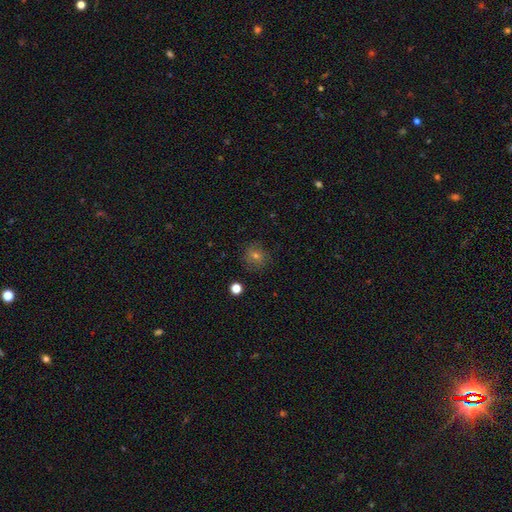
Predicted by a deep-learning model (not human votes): Smooth or featured?
  - smooth: 53% *
  - star or artifact: 26%
  - featured or disk: 21%
How rounded?
  - round: 87% *
  - in between: 12%
  - cigar-shaped: 1%
Merging?
  - none: 83% *
  - minor disturbance: 11%
  - major disturbance: 4%
  - merger: 2%